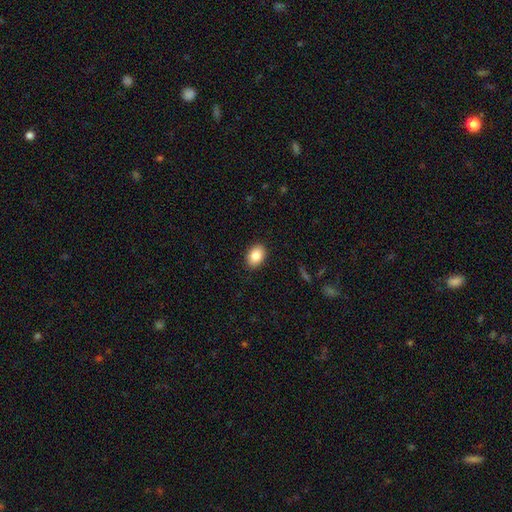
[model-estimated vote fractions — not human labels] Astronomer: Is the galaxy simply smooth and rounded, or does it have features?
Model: smooth — 85%.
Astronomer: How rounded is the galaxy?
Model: in between — 80%.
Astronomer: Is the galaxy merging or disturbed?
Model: none — 89%.